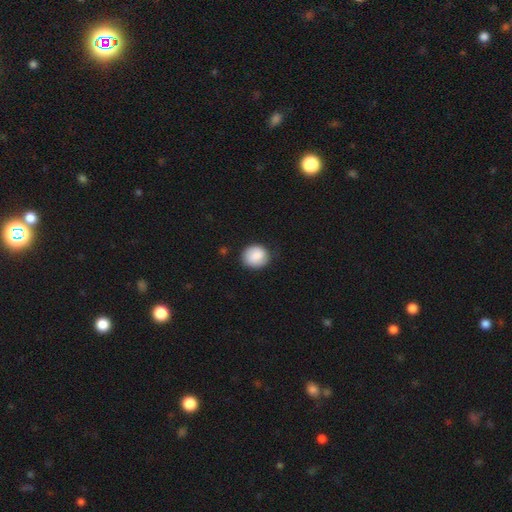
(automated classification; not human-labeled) A smooth galaxy with no disk features (87%) that is round (80%).

Vote fractions:
- Smooth or featured? smooth: 87% / star or artifact: 7% / featured or disk: 6%
- How rounded? round: 80% / in between: 19% / cigar-shaped: 1%
- Merging? none: 80% / minor disturbance: 16% / major disturbance: 3% / merger: 1%